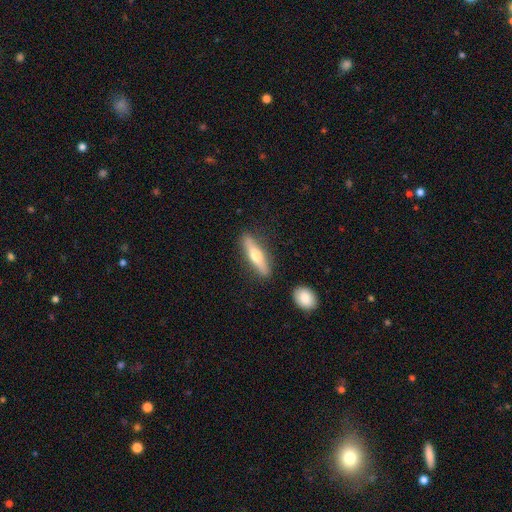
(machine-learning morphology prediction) smooth 48%, featured or disk 46%, star or artifact 6%. Down the decision tree: merging — none (84%).